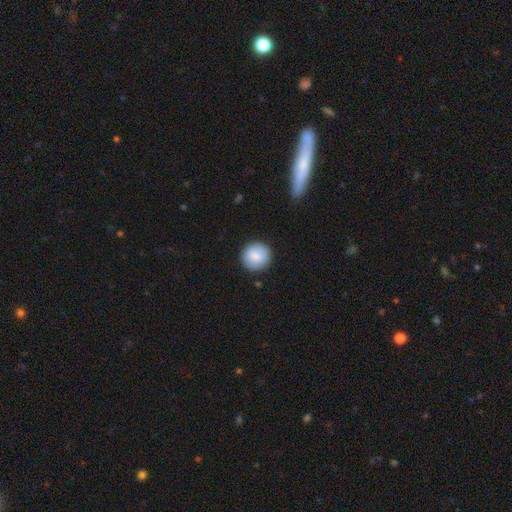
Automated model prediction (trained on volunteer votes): This appears to be a smooth galaxy with no disk features (85%) that is round (93%). Merging: none (89%).